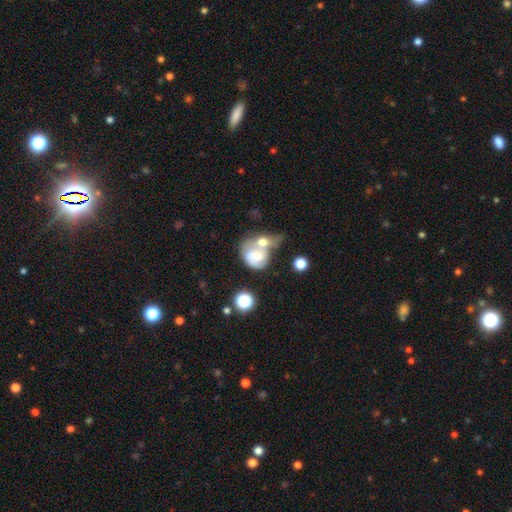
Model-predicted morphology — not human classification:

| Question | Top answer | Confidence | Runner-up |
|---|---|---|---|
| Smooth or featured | featured or disk | 45% | tied: smooth (45%) |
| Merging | merger | 59% | none (17%) |